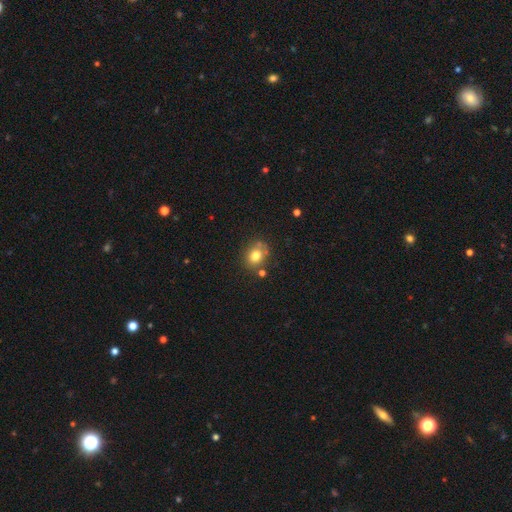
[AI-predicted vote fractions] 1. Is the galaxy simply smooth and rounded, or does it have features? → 75% smooth, 13% featured or disk, 11% star or artifact.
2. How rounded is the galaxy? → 61% round, 38% in between, 1% cigar-shaped.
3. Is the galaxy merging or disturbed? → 66% none, 19% minor disturbance, 10% merger, 6% major disturbance.